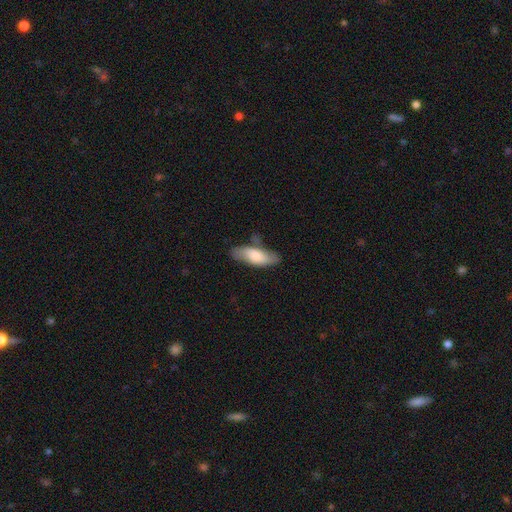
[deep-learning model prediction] Smooth or featured: smooth — 71% (featured or disk — 23%)
How rounded: in between — 68% (cigar-shaped — 30%)
Merging: none — 64% (minor disturbance — 24%)